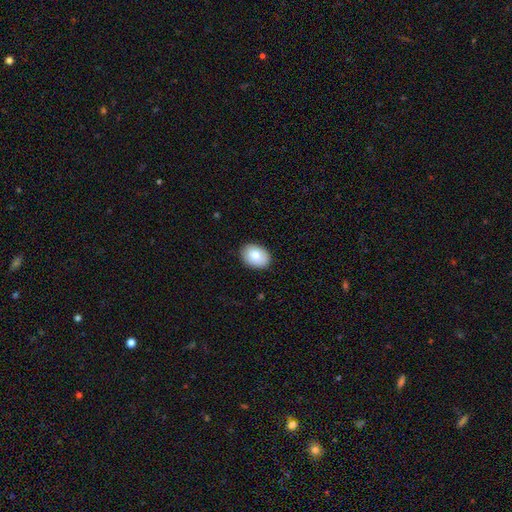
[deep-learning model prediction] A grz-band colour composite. It shows a smooth galaxy with no disk features (83%) that is in between round and cigar-shaped (81%). Merging: none (87%).